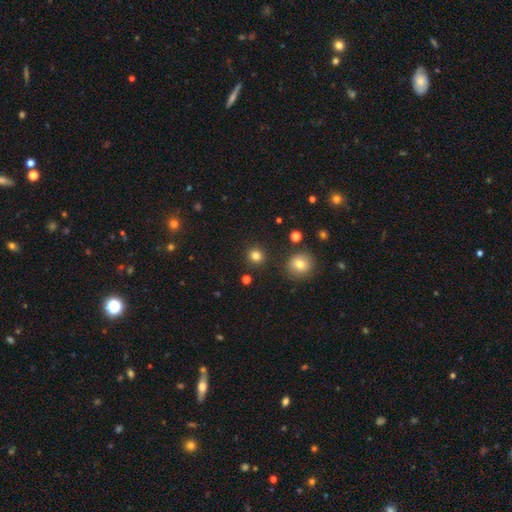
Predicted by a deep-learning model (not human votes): This is clearly a smooth galaxy (81%). How rounded: clearly round (93%). Merging: clearly none (90%).